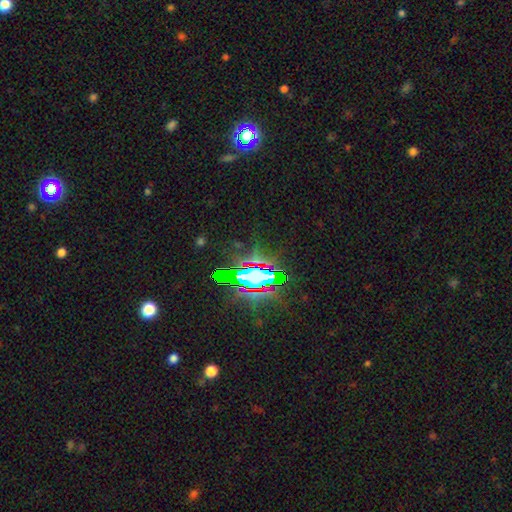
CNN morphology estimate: This appears to be a star or artifact, not a galaxy (82%).